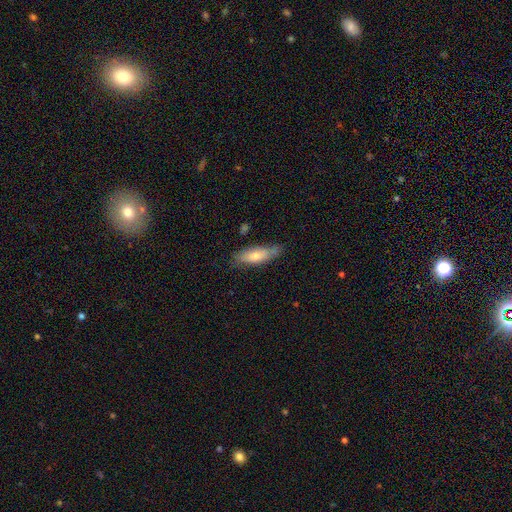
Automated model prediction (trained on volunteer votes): smooth_or_featured: smooth (p=0.70) [alt: featured or disk p=0.24]
how_rounded: in between (p=0.57) [alt: cigar-shaped p=0.41]
merging: none (p=0.67) [alt: minor disturbance p=0.24]